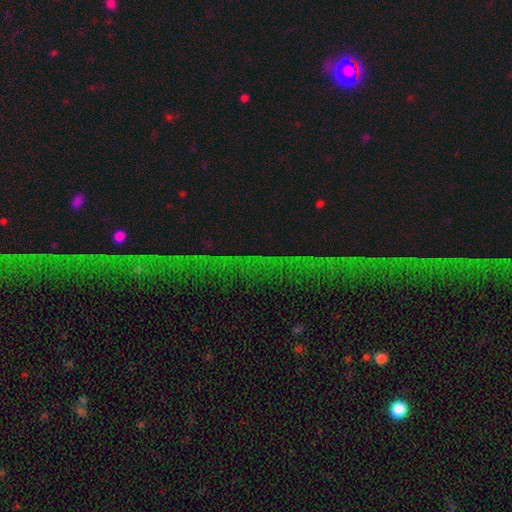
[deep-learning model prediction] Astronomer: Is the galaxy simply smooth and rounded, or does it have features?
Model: star or artifact — 76%.